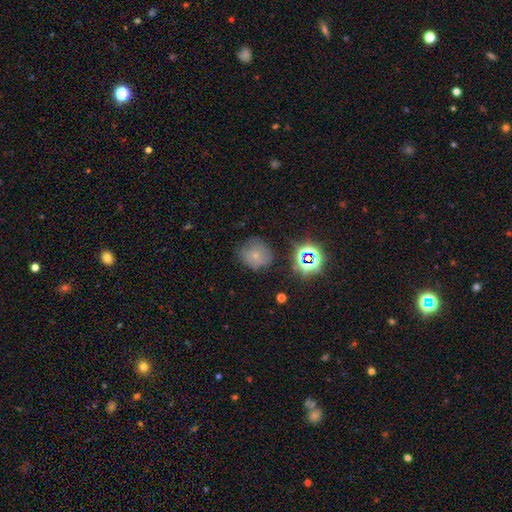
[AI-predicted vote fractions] Q: Smooth or featured?
A: smooth (61%); runner-up: star or artifact (22%)
Q: How rounded?
A: round (80%); runner-up: in between (19%)
Q: Merging?
A: none (71%); runner-up: minor disturbance (19%)